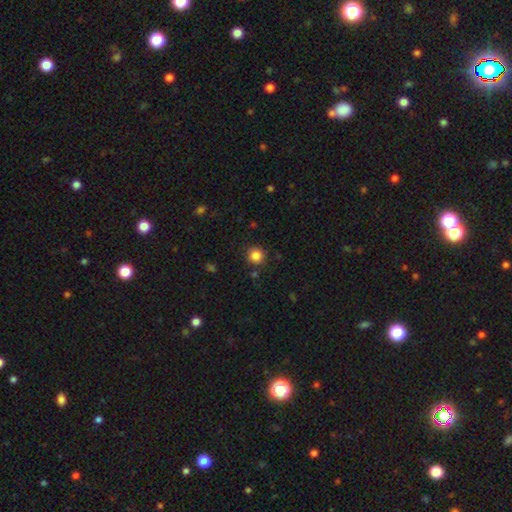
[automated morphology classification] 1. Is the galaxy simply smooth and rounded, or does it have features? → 85% smooth, 11% star or artifact, 4% featured or disk.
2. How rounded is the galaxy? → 93% round, 6% in between, 1% cigar-shaped.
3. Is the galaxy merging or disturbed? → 88% none, 7% minor disturbance, 3% merger, 2% major disturbance.